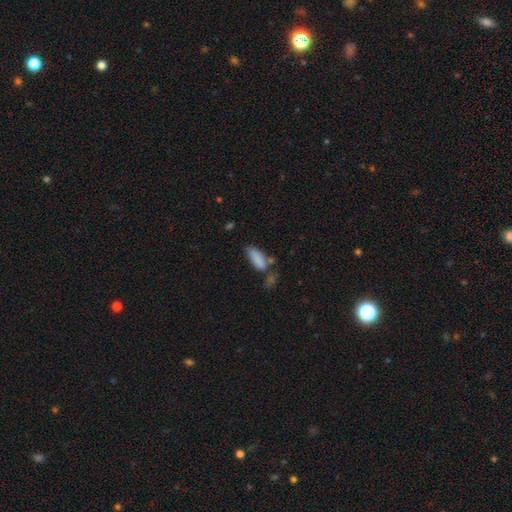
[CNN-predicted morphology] A smooth galaxy with no disk features (82%) that is in between round and cigar-shaped (68%).

Vote fractions:
- Smooth or featured? smooth: 82% / star or artifact: 9% / featured or disk: 8%
- How rounded? in between: 68% / cigar-shaped: 29% / round: 2%
- Merging? none: 48% / merger: 24% / minor disturbance: 20% / major disturbance: 9%